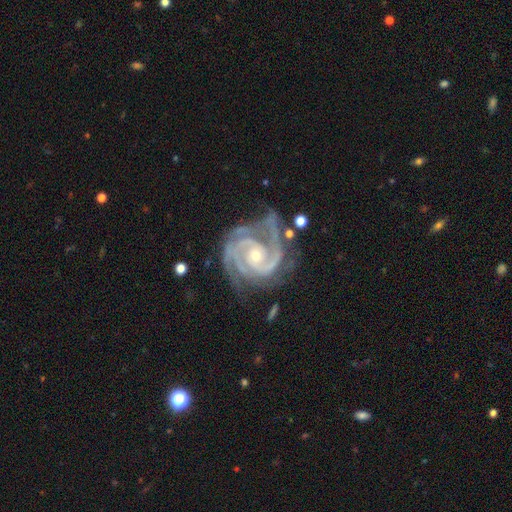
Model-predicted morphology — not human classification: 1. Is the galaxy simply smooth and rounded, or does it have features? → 93% featured or disk, 5% star or artifact, 2% smooth.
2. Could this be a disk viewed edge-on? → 98% no, 2% yes.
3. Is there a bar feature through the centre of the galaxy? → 55% no, 30% weak, 15% strong.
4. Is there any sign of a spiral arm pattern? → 99% yes, 1% no.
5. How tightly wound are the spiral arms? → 67% tight, 30% medium, 3% loose.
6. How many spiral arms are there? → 45% 2, 33% 3, 7% 4, 7% can't tell, 4% more than 4, 4% 1.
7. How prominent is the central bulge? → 61% small, 36% moderate, 1% large, 1% none, 1% dominant.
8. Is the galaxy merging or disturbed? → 66% none, 22% minor disturbance, 9% major disturbance, 3% merger.